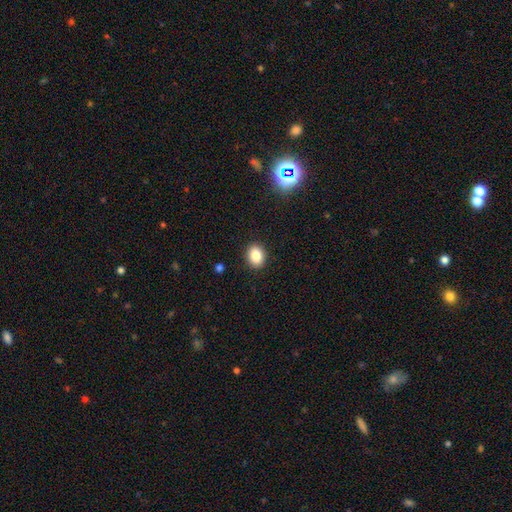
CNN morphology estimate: Smooth or featured?
  - smooth: 85% *
  - star or artifact: 10%
  - featured or disk: 6%
How rounded?
  - in between: 62% *
  - round: 37%
  - cigar-shaped: 1%
Merging?
  - none: 90% *
  - minor disturbance: 7%
  - major disturbance: 2%
  - merger: 1%